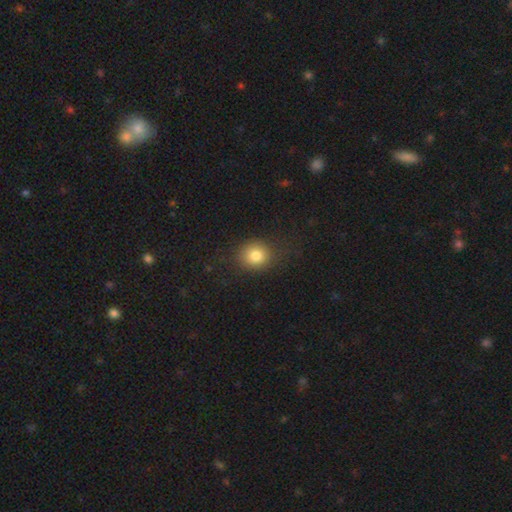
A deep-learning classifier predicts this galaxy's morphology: smooth_or_featured: smooth (p=0.82) [alt: star or artifact p=0.11]
how_rounded: round (p=0.77) [alt: in between p=0.22]
merging: none (p=0.81) [alt: minor disturbance p=0.12]